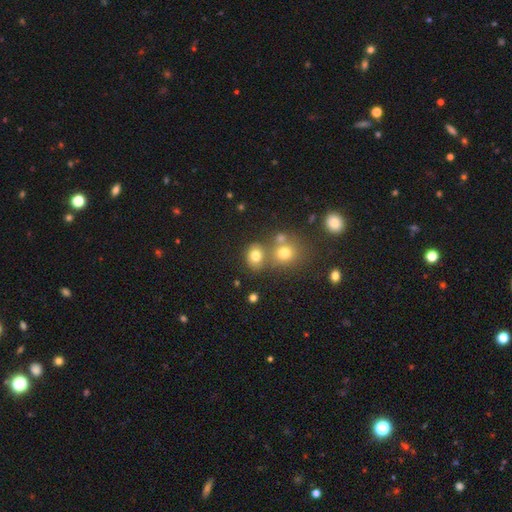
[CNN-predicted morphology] This appears to be a smooth galaxy with no disk features (75%) that is round (61%). Merging: none (60%).